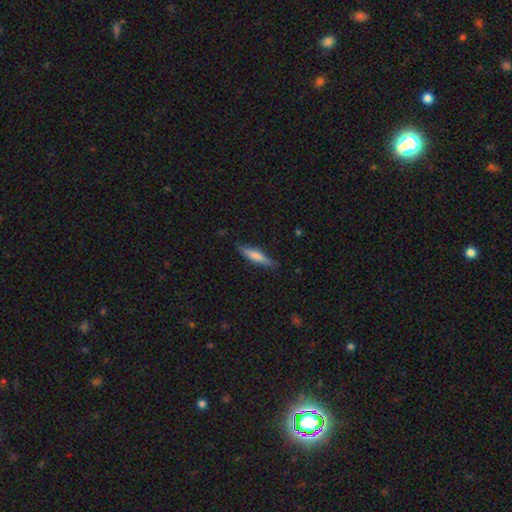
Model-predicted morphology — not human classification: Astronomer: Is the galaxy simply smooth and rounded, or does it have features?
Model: smooth — 62%.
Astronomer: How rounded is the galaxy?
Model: cigar-shaped — 83%.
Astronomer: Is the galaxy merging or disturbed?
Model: none — 85%.